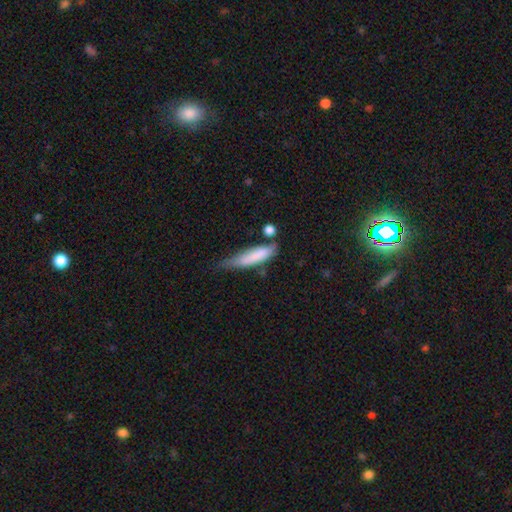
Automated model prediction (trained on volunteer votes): Overall: smooth (74%). How rounded: cigar-shaped (75%). Merging: none (40%; minor disturbance 35%).